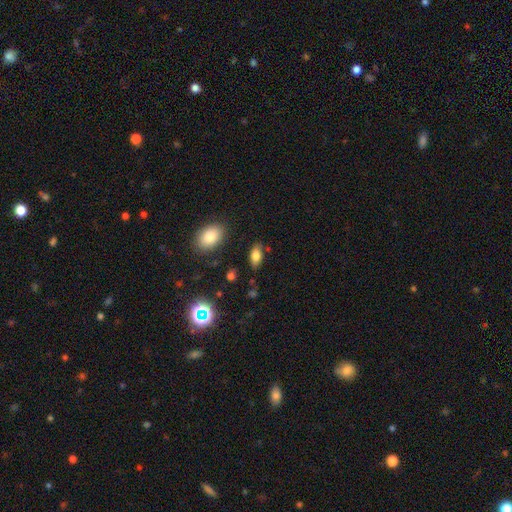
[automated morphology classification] A smooth galaxy with no disk features (79%) that is in between round and cigar-shaped (90%).

Vote fractions:
- Smooth or featured? smooth: 79% / featured or disk: 12% / star or artifact: 9%
- How rounded? in between: 90% / cigar-shaped: 6% / round: 4%
- Merging? none: 81% / minor disturbance: 13% / major disturbance: 3% / merger: 3%